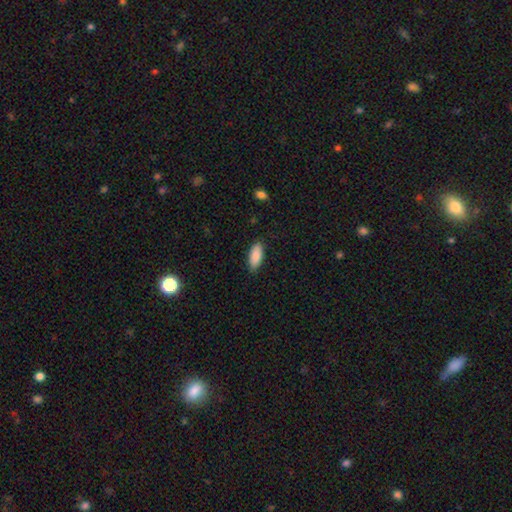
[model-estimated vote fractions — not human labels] This is clearly a smooth galaxy (86%). How rounded: clearly in between (86%). Merging: clearly none (85%).